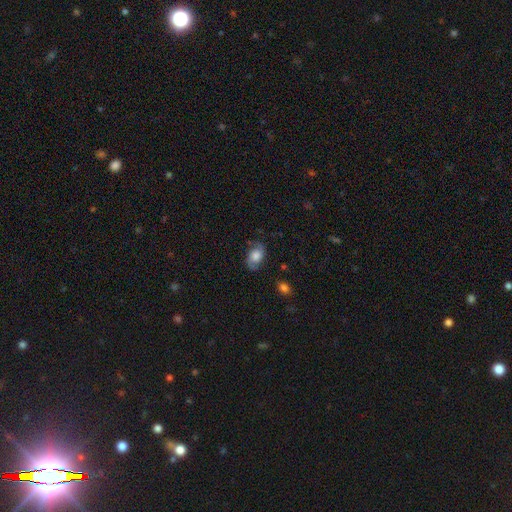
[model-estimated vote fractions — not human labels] Morphology: type=featured or disk (52%); edge-on=no (95%); merging=none (73%).